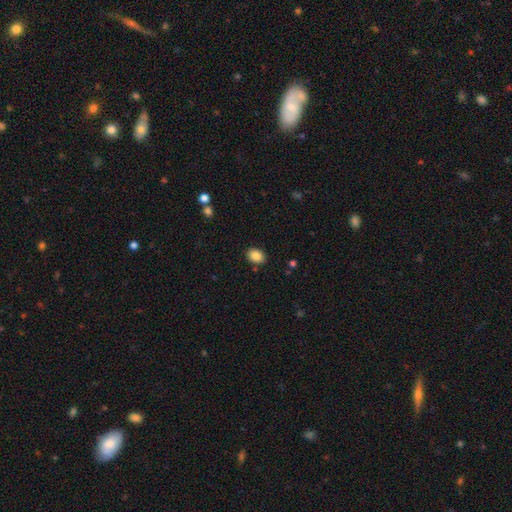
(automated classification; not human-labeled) The model was most divided on "how rounded": in between: 71%, round: 28%, cigar-shaped: 1%. More confident: smooth or featured — smooth (87%); merging — none (86%).